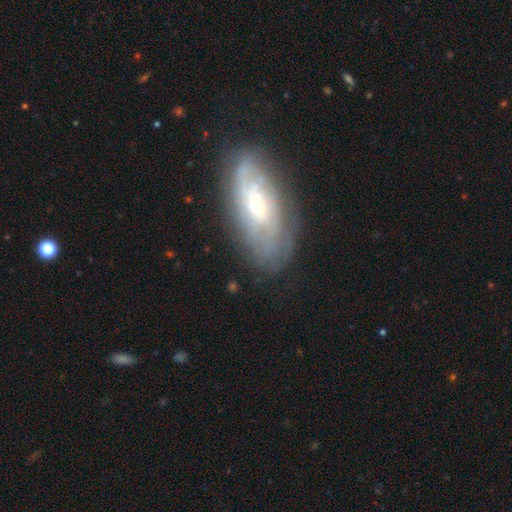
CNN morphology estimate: The model was most divided on "bulge size": small: 53%, moderate: 41%, large: 3%, none: 2%, dominant: 1%. More confident: edge-on disk — no (86%); spiral arms — yes (83%); merging — none (78%); smooth or featured — featured or disk (70%); bar — no (64%).